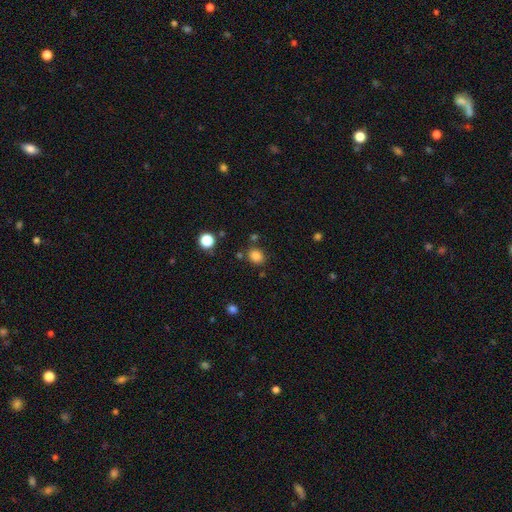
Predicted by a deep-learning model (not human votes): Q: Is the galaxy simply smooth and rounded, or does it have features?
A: smooth — 83%.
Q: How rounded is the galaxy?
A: round — 50%.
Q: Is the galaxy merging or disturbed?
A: none — 77%.